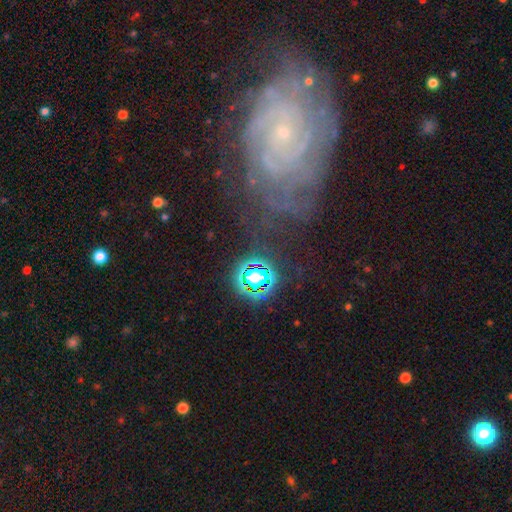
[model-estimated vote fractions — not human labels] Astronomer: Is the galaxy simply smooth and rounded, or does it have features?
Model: featured or disk — 73%.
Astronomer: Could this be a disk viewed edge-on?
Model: no — 96%.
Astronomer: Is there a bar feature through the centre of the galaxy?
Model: no — 74%.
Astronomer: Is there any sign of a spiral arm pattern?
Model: yes — 94%.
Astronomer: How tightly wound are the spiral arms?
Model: tight — 77%.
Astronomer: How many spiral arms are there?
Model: can't tell — 37% (runner-up: 2, 15%).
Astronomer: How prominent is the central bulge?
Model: small — 87%.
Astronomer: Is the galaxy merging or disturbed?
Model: none — 69%.